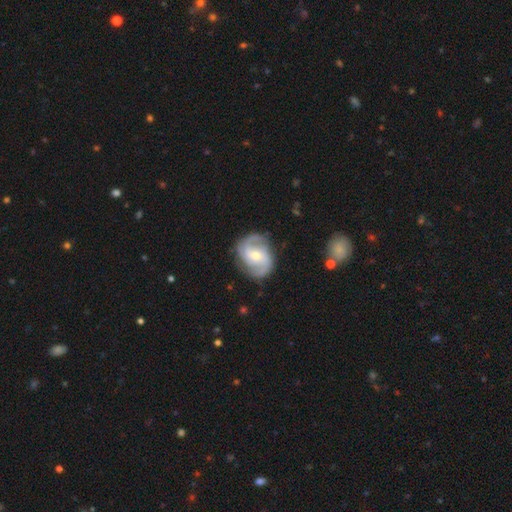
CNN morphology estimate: Smooth or featured?
  - featured or disk: 87% *
  - smooth: 8%
  - star or artifact: 5%
Edge-on disk?
  - no: 98% *
  - yes: 2%
Bar?
  - no: 47% *
  - weak: 40%
  - strong: 13%
Spiral arms?
  - yes: 97% *
  - no: 3%
Spiral winding?
  - medium: 52% *
  - tight: 31%
  - loose: 17%
Spiral arm count?
  - 2: 79% *
  - 3: 9%
  - can't tell: 6%
  - 1: 2%
  - 4: 2%
  - more than 4: 2%
Bulge size?
  - small: 50% *
  - moderate: 46%
  - large: 2%
  - none: 1%
  - dominant: 1%
Merging?
  - none: 80% *
  - minor disturbance: 14%
  - major disturbance: 5%
  - merger: 1%